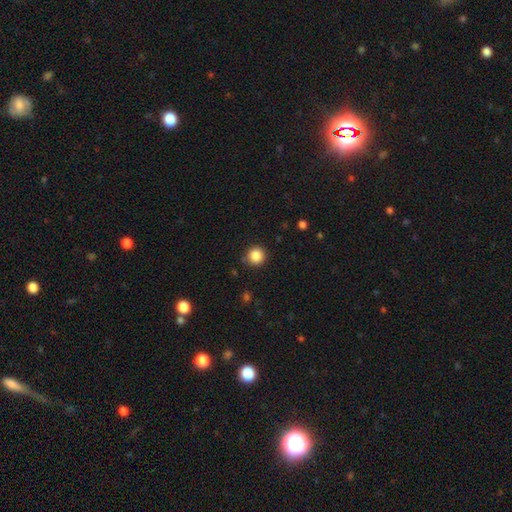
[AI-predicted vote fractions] A smooth galaxy with no disk features (86%) that is round (95%). Merging: none (88%).